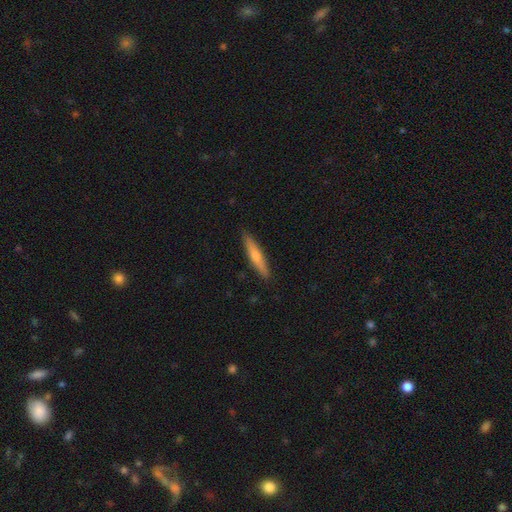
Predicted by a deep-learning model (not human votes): Overall: featured or disk (49%; smooth 44%). Merging: none (90%).